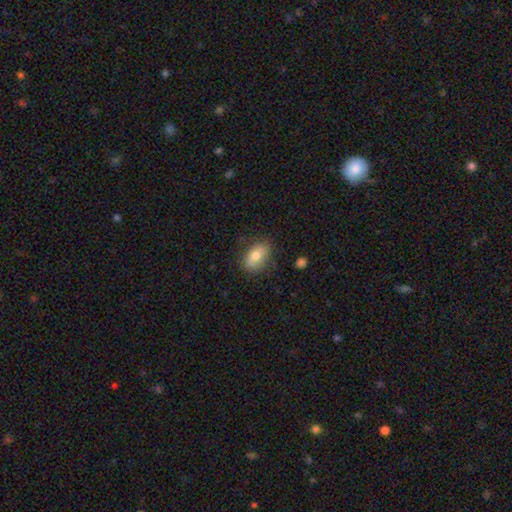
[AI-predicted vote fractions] smooth_or_featured: smooth (p=0.75) [alt: featured or disk p=0.17]
how_rounded: in between (p=0.88) [alt: round p=0.09]
merging: none (p=0.78) [alt: minor disturbance p=0.17]